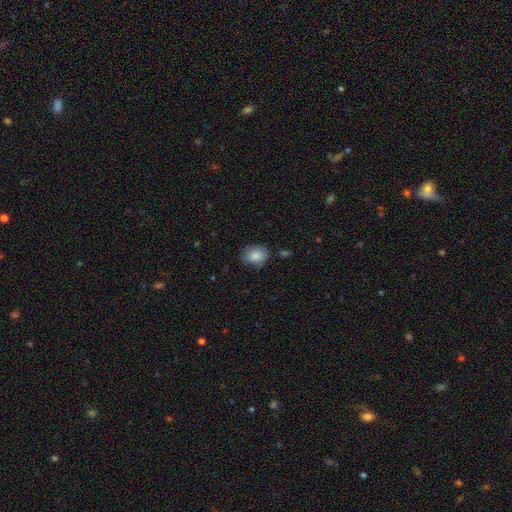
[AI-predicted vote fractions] This appears to be a smooth galaxy with no disk features (84%) that is in between round and cigar-shaped (51%). Merging: none (72%).